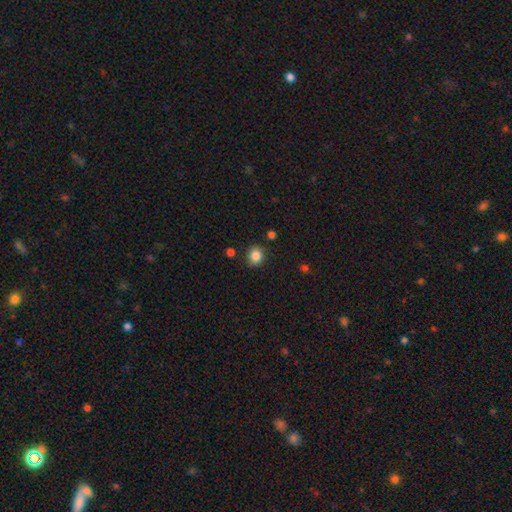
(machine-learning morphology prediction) A smooth galaxy with no disk features (85%) that is round (69%).

Vote fractions:
- Smooth or featured? smooth: 85% / star or artifact: 11% / featured or disk: 5%
- How rounded? round: 69% / in between: 30% / cigar-shaped: 1%
- Merging? none: 83% / minor disturbance: 11% / merger: 3% / major disturbance: 3%